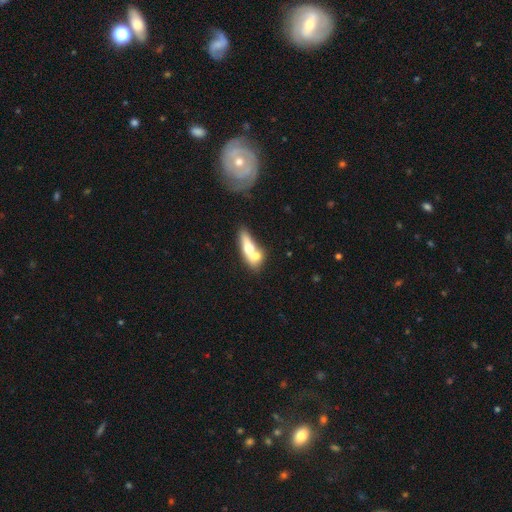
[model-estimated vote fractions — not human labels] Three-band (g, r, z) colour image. It shows a smooth galaxy with no disk features (55%) that is in between round and cigar-shaped (56%). Merging: merger (59%).